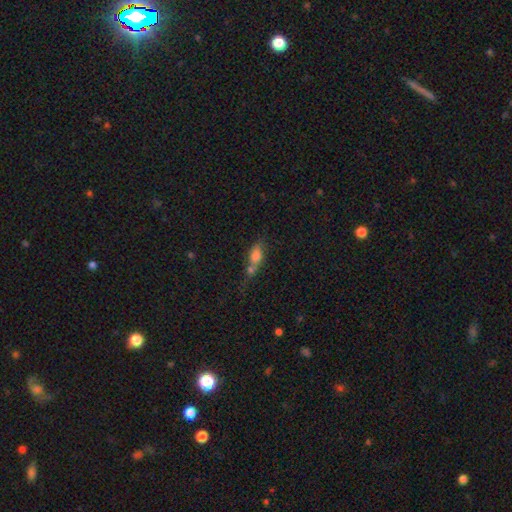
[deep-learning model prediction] smooth 71%, featured or disk 18%, star or artifact 11%. Down the decision tree: how rounded — in between (72%); merging — merger (51%).